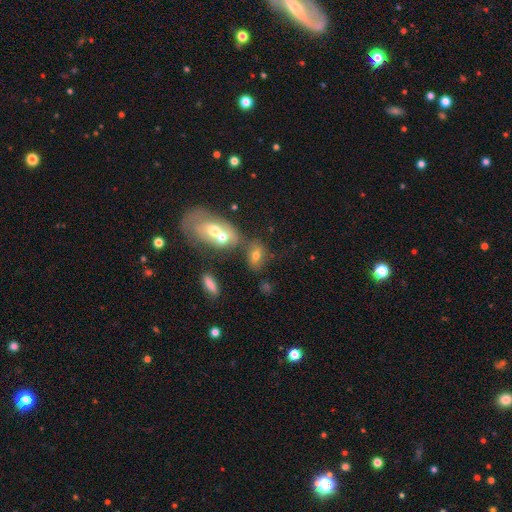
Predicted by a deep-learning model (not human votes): This is likely a smooth galaxy (64%). How rounded: likely in between (75%). Merging: marginally none (42%).